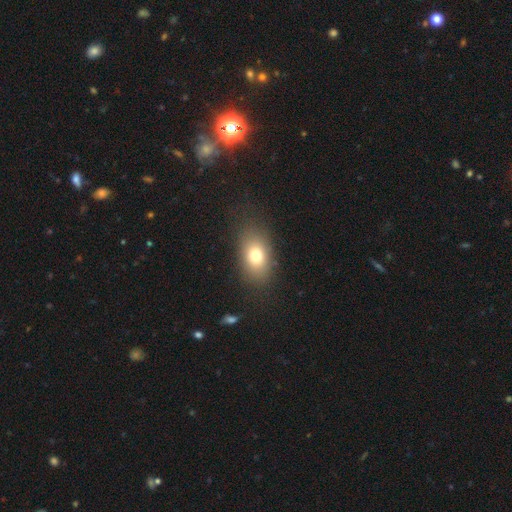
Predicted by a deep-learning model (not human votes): Overall: smooth (74%). How rounded: in between (81%). Merging: none (79%).